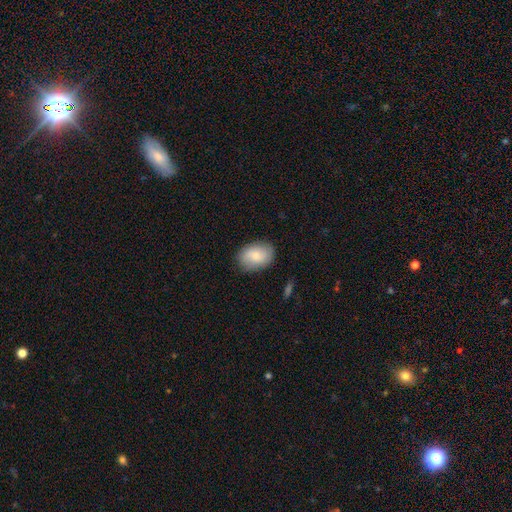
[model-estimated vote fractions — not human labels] Overall: smooth (68%). How rounded: in between (79%). Merging: none (83%).